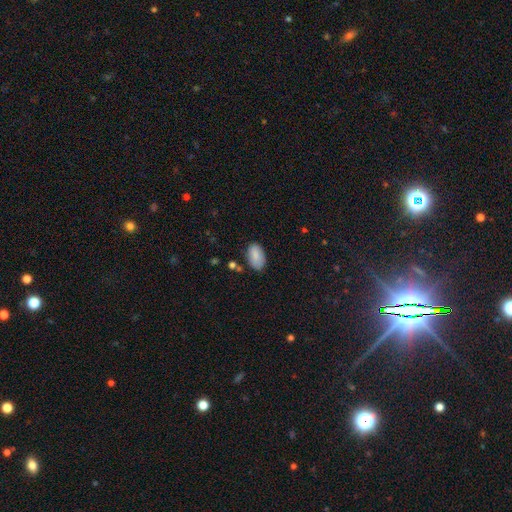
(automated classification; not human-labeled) The model was most divided on "merging": none: 76%, minor disturbance: 18%, major disturbance: 4%, merger: 3%. More confident: how rounded — in between (93%); smooth or featured — smooth (85%).